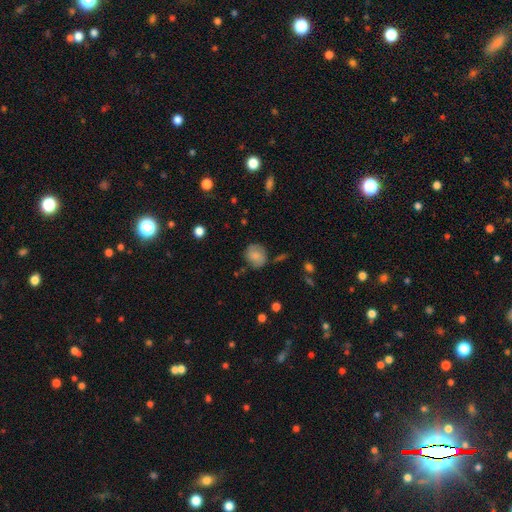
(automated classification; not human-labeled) smooth 79%, featured or disk 13%, star or artifact 8%. Down the decision tree: how rounded — round (75%); merging — none (72%).